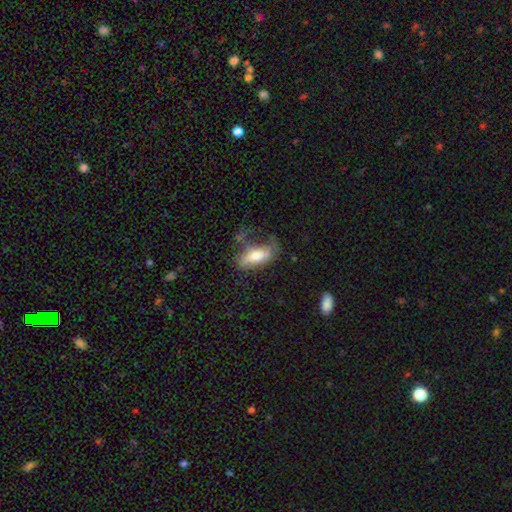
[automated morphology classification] smooth 64%, featured or disk 29%, star or artifact 7%. Down the decision tree: how rounded — in between (74%); merging — none (41%).